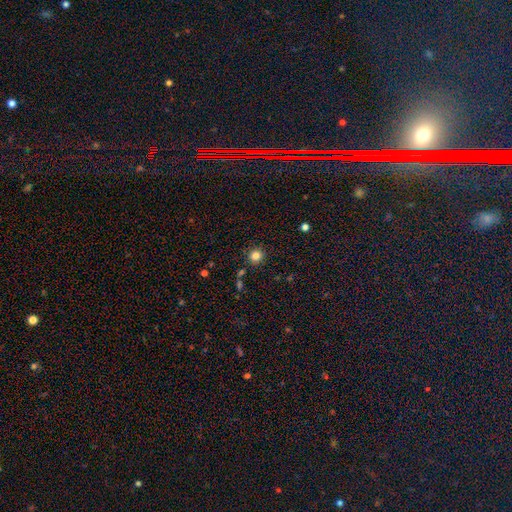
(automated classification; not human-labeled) Q: Smooth or featured?
A: smooth (82%); runner-up: star or artifact (13%)
Q: How rounded?
A: round (92%); runner-up: in between (7%)
Q: Merging?
A: none (88%); runner-up: minor disturbance (7%)